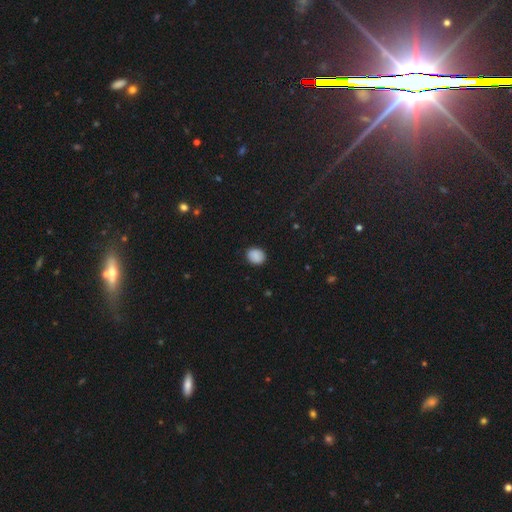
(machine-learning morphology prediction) smooth_or_featured: smooth (p=0.87) [alt: star or artifact p=0.09]
how_rounded: round (p=0.58) [alt: in between p=0.41]
merging: none (p=0.84) [alt: minor disturbance p=0.12]